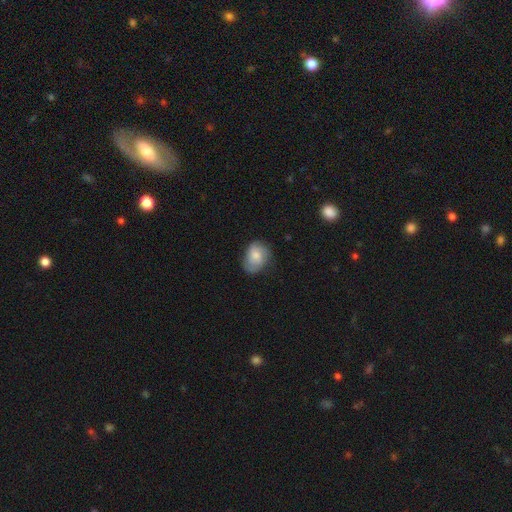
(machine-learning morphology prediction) The model was most divided on "merging": none: 61%, minor disturbance: 30%, major disturbance: 8%, merger: 1%. More confident: smooth or featured — smooth (72%); how rounded — in between (68%).